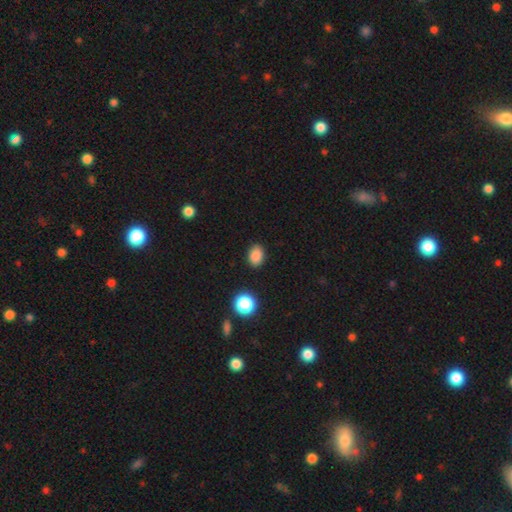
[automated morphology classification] This is clearly a smooth galaxy (86%). How rounded: likely in between (70%). Merging: clearly none (87%).